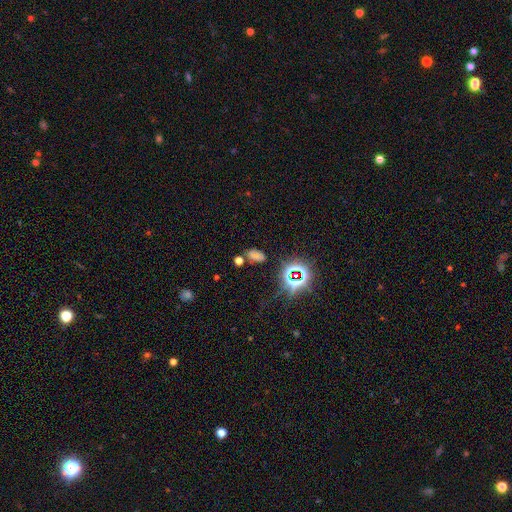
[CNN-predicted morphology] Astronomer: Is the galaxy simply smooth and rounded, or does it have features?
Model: smooth — 56% (runner-up: star or artifact, 36%).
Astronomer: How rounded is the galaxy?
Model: in between — 90%.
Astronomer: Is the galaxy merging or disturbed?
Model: none — 71%.